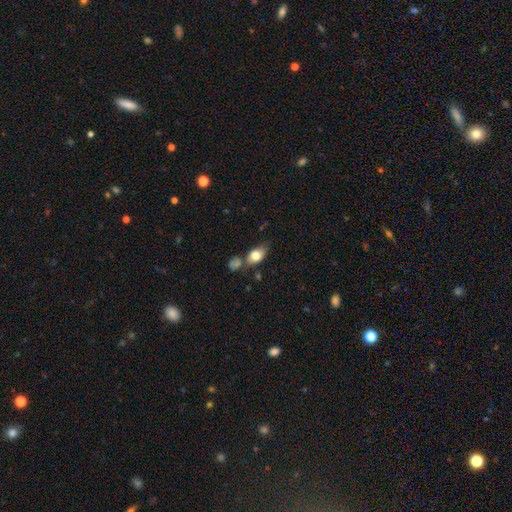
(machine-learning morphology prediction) Smooth or featured? smooth (75%)
How rounded? in between (79%)
Merging? none (50%)